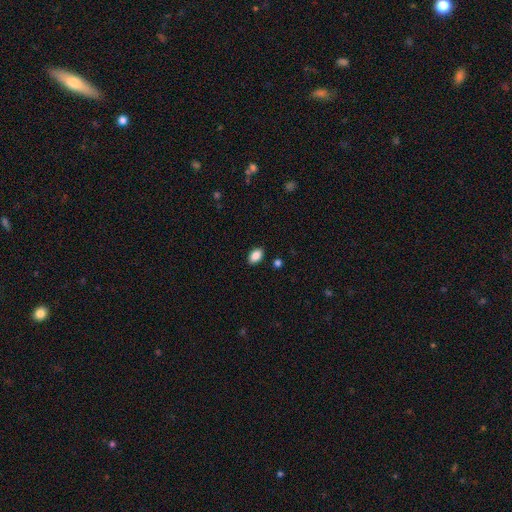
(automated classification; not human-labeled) smooth_or_featured: smooth (p=0.88) [alt: star or artifact p=0.08]
how_rounded: in between (p=0.89) [alt: round p=0.10]
merging: none (p=0.88) [alt: minor disturbance p=0.08]